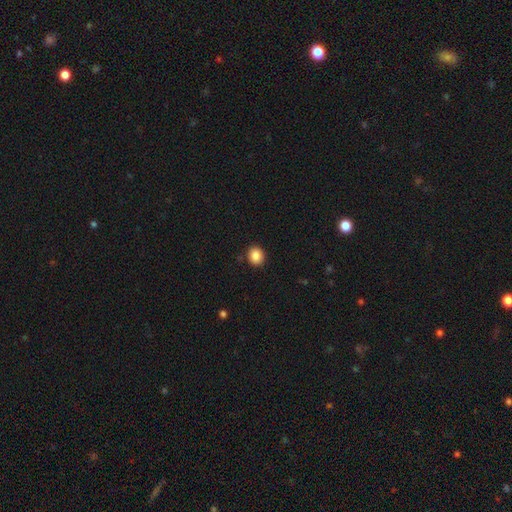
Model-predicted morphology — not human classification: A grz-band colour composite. It shows a smooth galaxy with no disk features (88%) that is round (73%). Merging: none (89%).